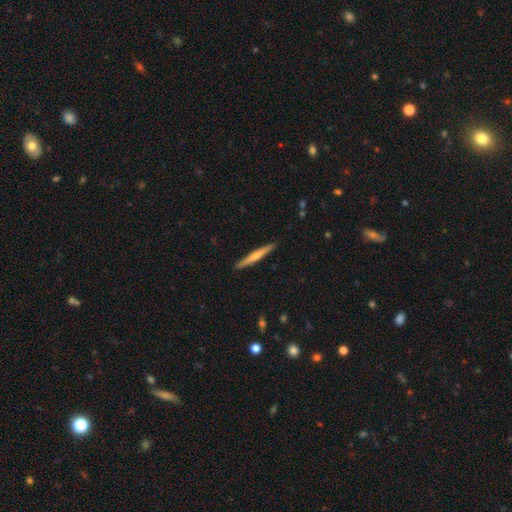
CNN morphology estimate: smooth-or-featured: smooth: 49% | featured or disk: 46% | star or artifact: 5%
  merging: none: 91% | minor disturbance: 7% | major disturbance: 1% | merger: 1%